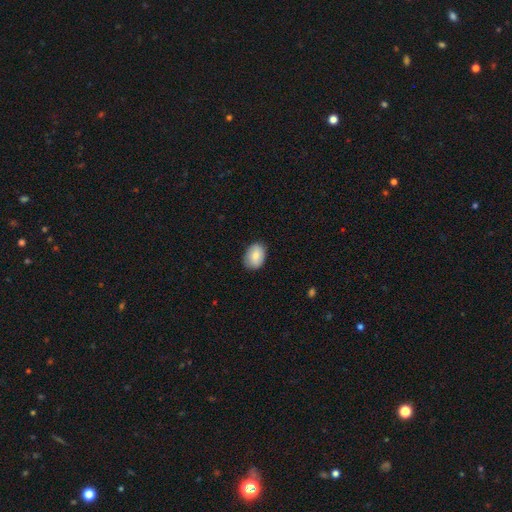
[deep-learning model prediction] smooth 79%, featured or disk 14%, star or artifact 7%. Down the decision tree: how rounded — in between (77%); merging — none (83%).